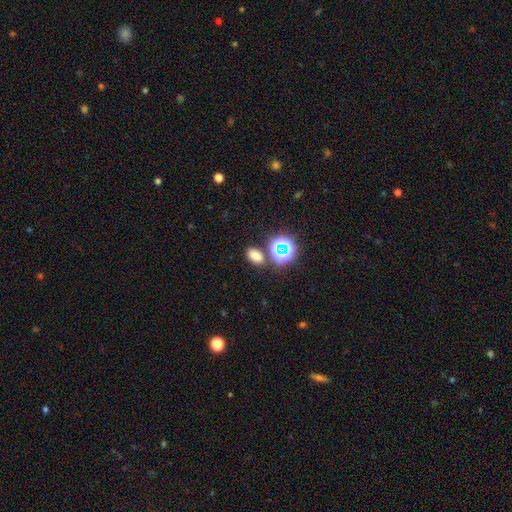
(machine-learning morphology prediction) Smooth or featured? Predicted: smooth (p=0.71). How rounded? Predicted: in between (p=0.79). Merging? Predicted: none (p=0.78).